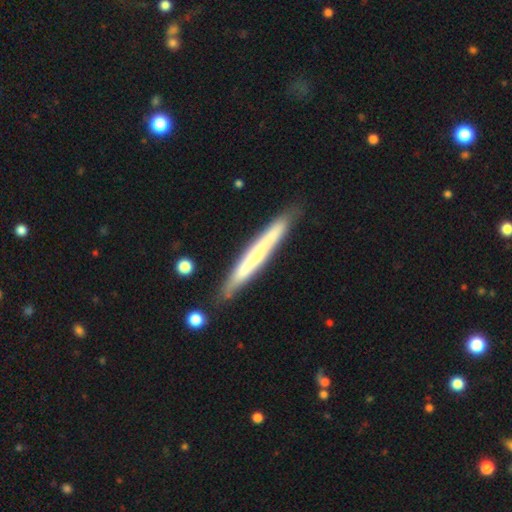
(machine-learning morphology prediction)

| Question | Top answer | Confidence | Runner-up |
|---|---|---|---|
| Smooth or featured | smooth | 48% | featured or disk (46%) |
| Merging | none | 85% | minor disturbance (11%) |